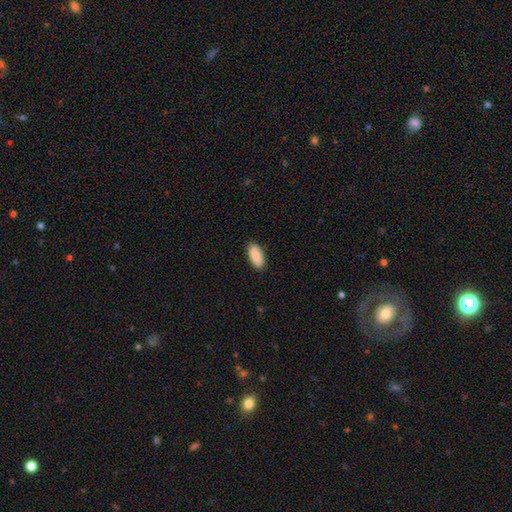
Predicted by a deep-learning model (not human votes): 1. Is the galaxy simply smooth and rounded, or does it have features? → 89% smooth, 6% star or artifact, 5% featured or disk.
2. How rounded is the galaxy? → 84% in between, 14% cigar-shaped, 2% round.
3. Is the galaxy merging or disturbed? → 88% none, 9% minor disturbance, 2% major disturbance, 1% merger.